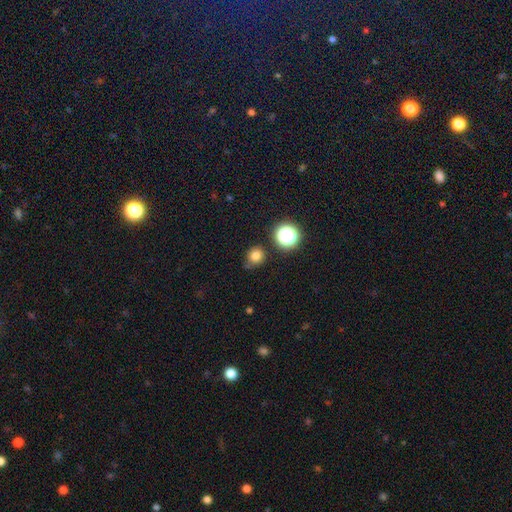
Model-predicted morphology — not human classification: smooth-or-featured: smooth: 79% | star or artifact: 16% | featured or disk: 5%
  how-rounded: round: 88% | in between: 11% | cigar-shaped: 1%
  merging: none: 77% | minor disturbance: 14% | merger: 5% | major disturbance: 4%